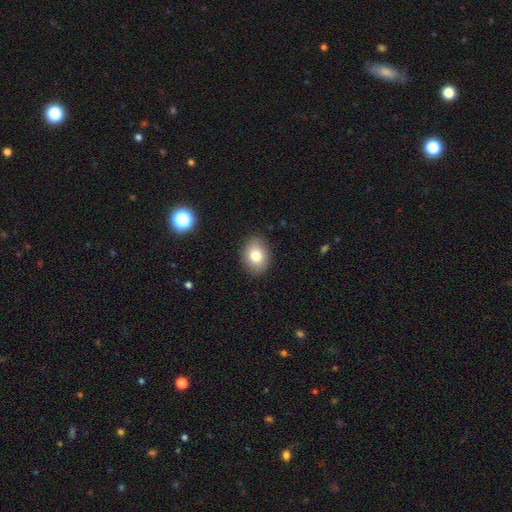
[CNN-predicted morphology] smooth 79%, featured or disk 11%, star or artifact 10%. Down the decision tree: how rounded — in between (62%); merging — none (88%).